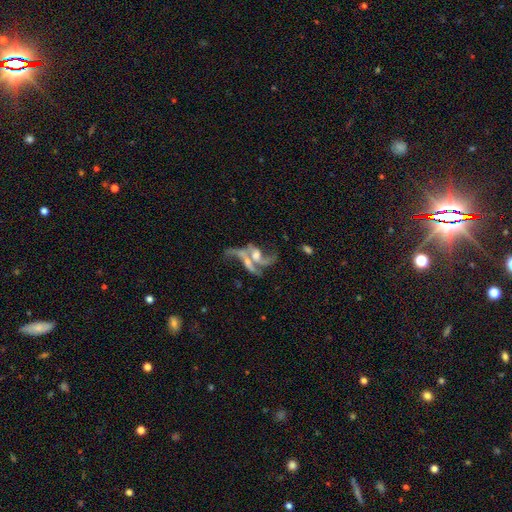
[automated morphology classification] Smooth or featured? featured or disk (69%)
Edge-on disk? no (92%)
Bar? no (56%)
Spiral arms? yes (79%)
Spiral winding? loose (64%)
Spiral arm count? 2 (61%)
Bulge size? moderate (46%)
Merging? merger (35%)